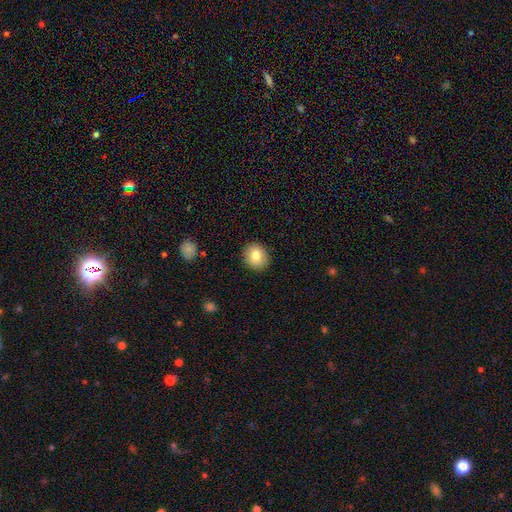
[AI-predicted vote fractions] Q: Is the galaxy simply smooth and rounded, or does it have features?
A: smooth — 81%.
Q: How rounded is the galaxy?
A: round — 77%.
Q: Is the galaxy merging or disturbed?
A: none — 90%.